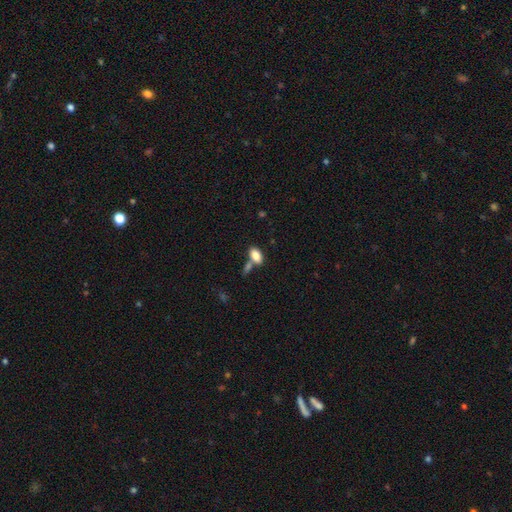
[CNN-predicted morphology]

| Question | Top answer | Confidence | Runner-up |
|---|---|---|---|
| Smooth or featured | smooth | 83% | featured or disk (9%) |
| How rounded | in between | 92% | round (4%) |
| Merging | none | 51% | merger (33%) |